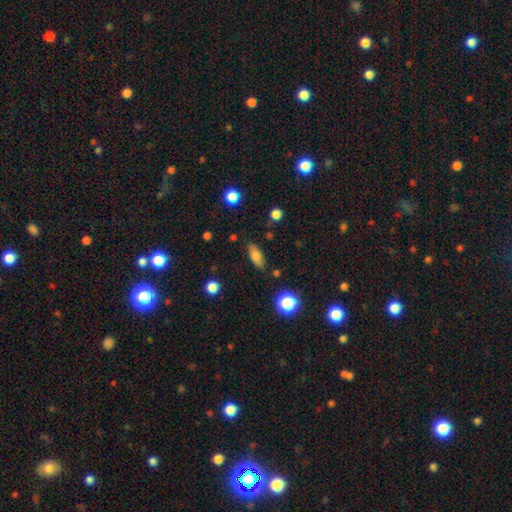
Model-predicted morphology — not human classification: smooth-or-featured: smooth: 75% | featured or disk: 15% | star or artifact: 9%
  how-rounded: in between: 80% | cigar-shaped: 15% | round: 5%
  merging: none: 81% | minor disturbance: 13% | major disturbance: 3% | merger: 3%